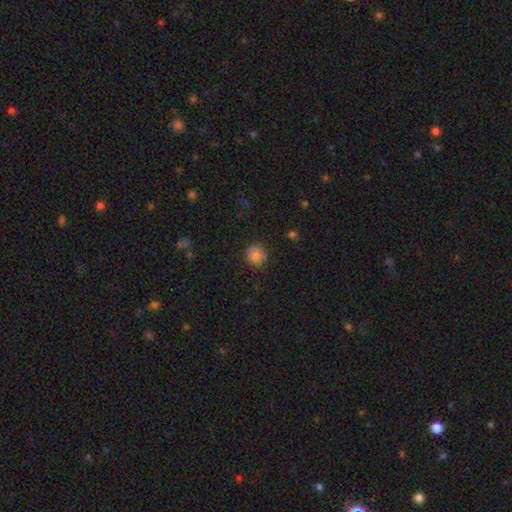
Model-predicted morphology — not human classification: Smooth or featured? Predicted: smooth (p=0.81). How rounded? Predicted: round (p=0.91). Merging? Predicted: none (p=0.82).